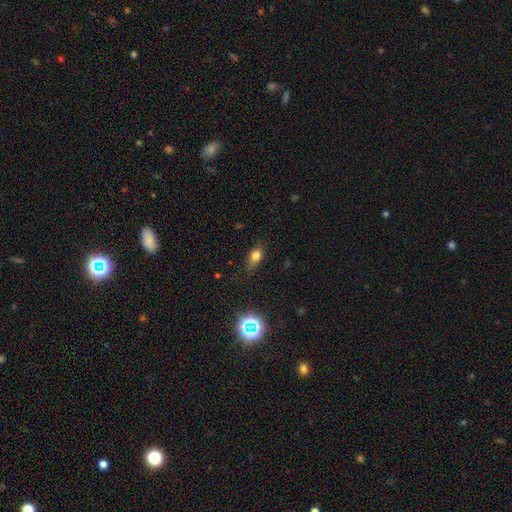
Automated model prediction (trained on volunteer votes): A smooth galaxy with no disk features (75%) that is in between round and cigar-shaped (75%). Merging: none (73%).